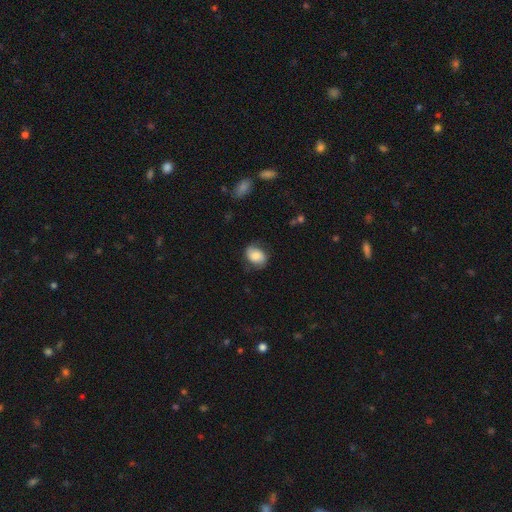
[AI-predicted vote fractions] Overall: smooth (70%). How rounded: in between (70%). Merging: none (68%).